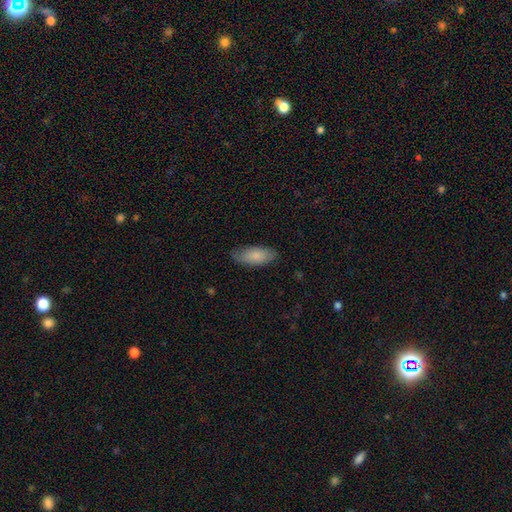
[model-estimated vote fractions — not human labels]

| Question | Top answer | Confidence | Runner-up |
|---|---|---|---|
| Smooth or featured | smooth | 83% | featured or disk (11%) |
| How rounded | in between | 86% | cigar-shaped (13%) |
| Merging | none | 80% | minor disturbance (16%) |